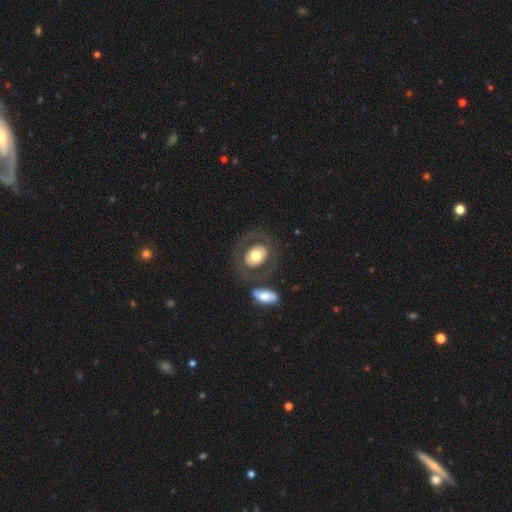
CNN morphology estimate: A smooth galaxy with no disk features (53%) that is in between round and cigar-shaped (58%). Merging: none (67%).